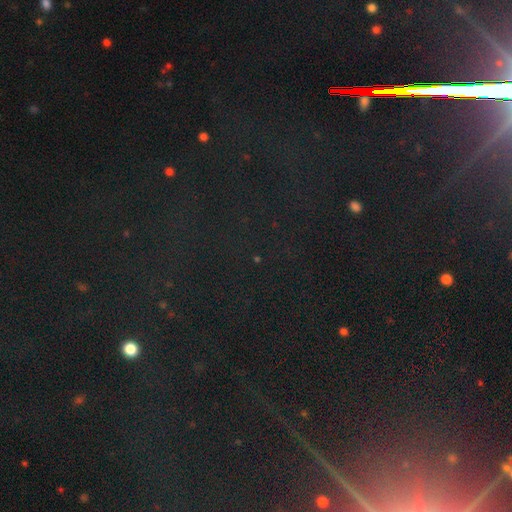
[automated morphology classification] Q: Smooth or featured?
A: star or artifact (83%); runner-up: smooth (8%)